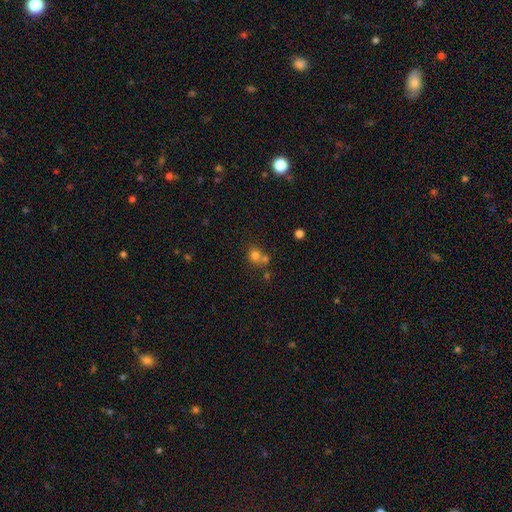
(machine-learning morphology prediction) Q: Smooth or featured?
A: smooth (76%); runner-up: star or artifact (15%)
Q: How rounded?
A: round (79%); runner-up: in between (20%)
Q: Merging?
A: none (47%); runner-up: merger (40%)